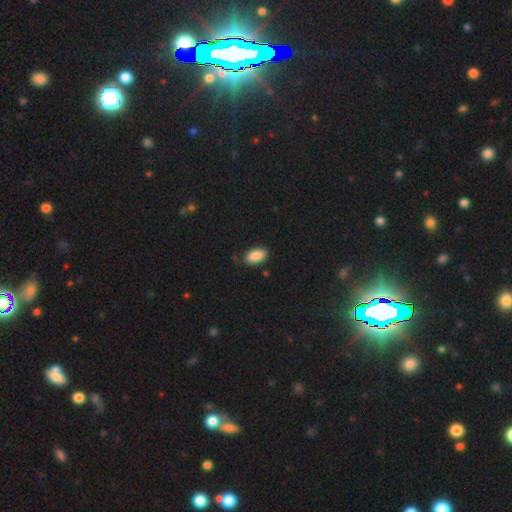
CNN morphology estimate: Smooth or featured?
  - smooth: 89% *
  - star or artifact: 7%
  - featured or disk: 4%
How rounded?
  - in between: 93% *
  - round: 3%
  - cigar-shaped: 3%
Merging?
  - none: 82% *
  - minor disturbance: 14%
  - major disturbance: 3%
  - merger: 1%